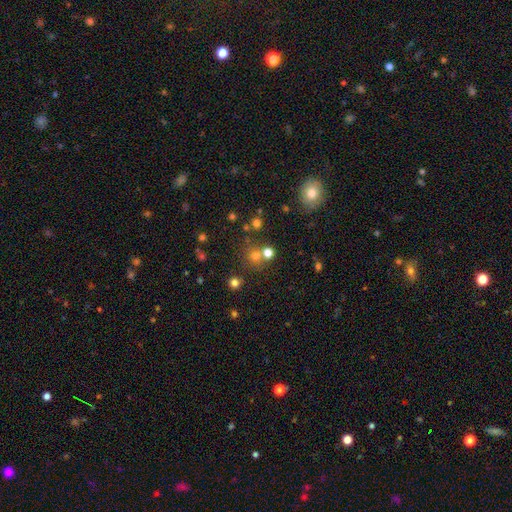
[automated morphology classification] smooth-or-featured: smooth: 68% | star or artifact: 23% | featured or disk: 9%
  how-rounded: round: 87% | in between: 12% | cigar-shaped: 1%
  merging: none: 66% | merger: 22% | minor disturbance: 8% | major disturbance: 4%